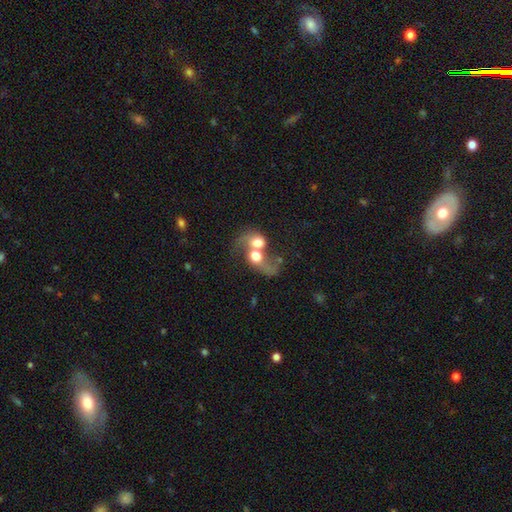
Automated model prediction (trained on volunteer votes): Q: Smooth or featured?
A: featured or disk (46%); runner-up: smooth (44%)
Q: Merging?
A: merger (79%); runner-up: major disturbance (9%)